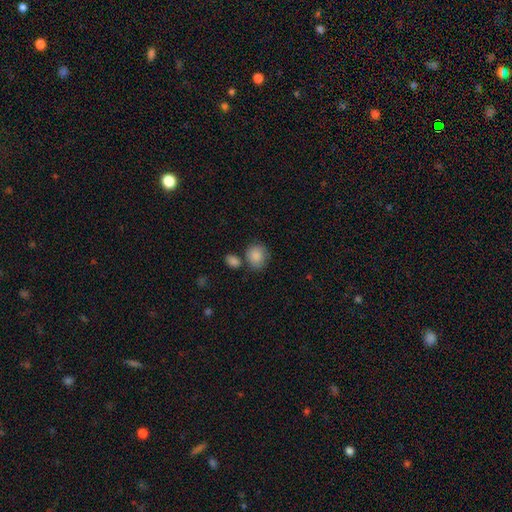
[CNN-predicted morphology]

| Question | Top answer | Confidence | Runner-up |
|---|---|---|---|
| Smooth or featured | smooth | 87% | star or artifact (7%) |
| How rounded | round | 64% | in between (35%) |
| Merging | none | 63% | merger (16%) |